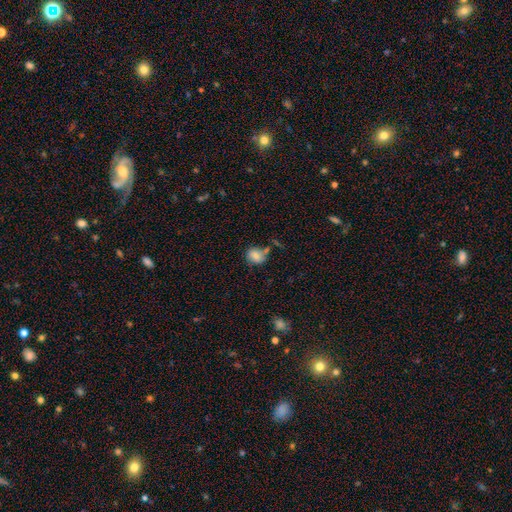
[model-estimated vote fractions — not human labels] The model was most divided on "how rounded": round: 62%, in between: 37%, cigar-shaped: 1%. More confident: smooth or featured — smooth (79%); merging — none (56%).